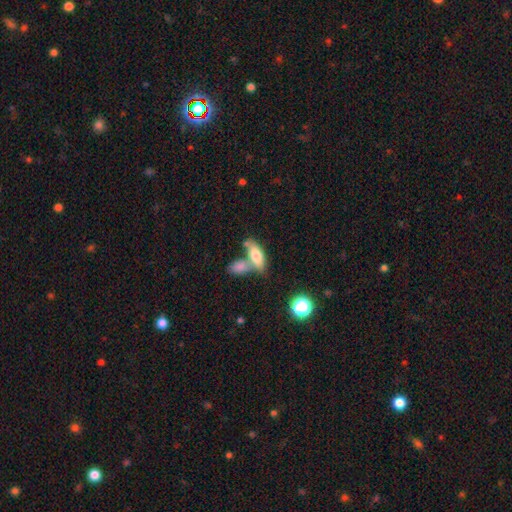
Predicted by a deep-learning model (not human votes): Smooth or featured? smooth (72%)
How rounded? in between (74%)
Merging? merger (44%)